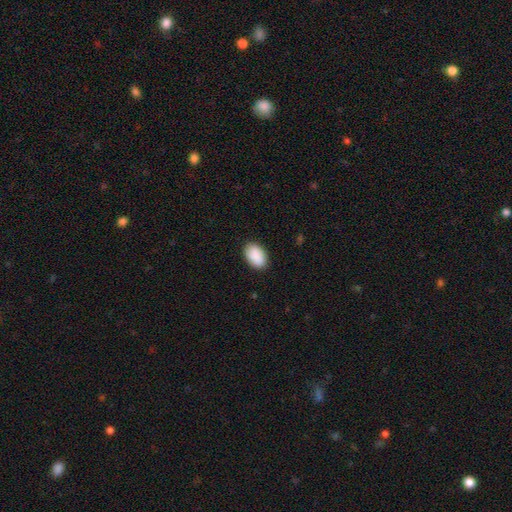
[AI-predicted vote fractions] Smooth or featured? smooth (91%)
How rounded? in between (92%)
Merging? none (88%)